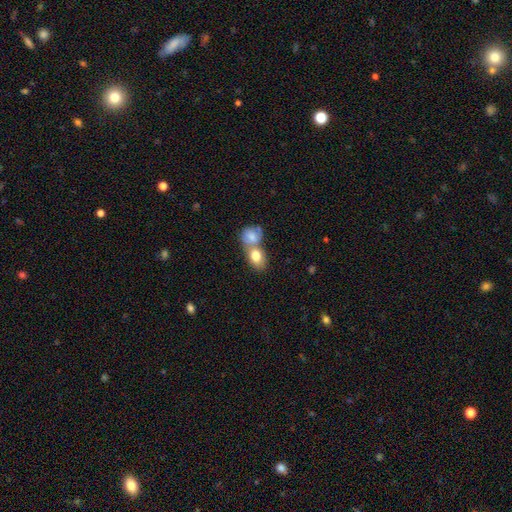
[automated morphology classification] This appears to be a smooth galaxy with no disk features (78%) that is in between round and cigar-shaped (69%). Merging: merger (66%).